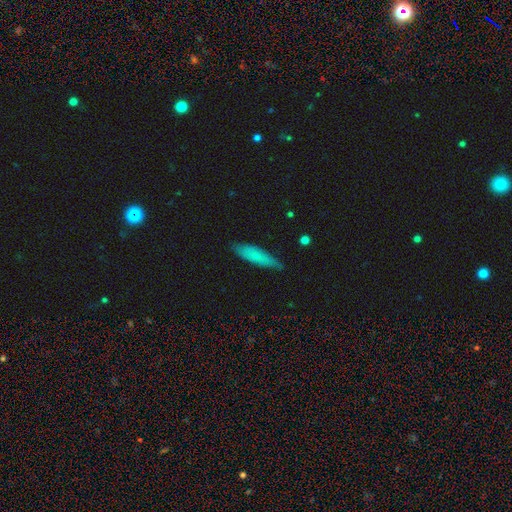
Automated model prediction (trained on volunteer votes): Smooth or featured: smooth — 70% (featured or disk — 24%)
How rounded: cigar-shaped — 72% (in between — 26%)
Merging: none — 76% (minor disturbance — 20%)